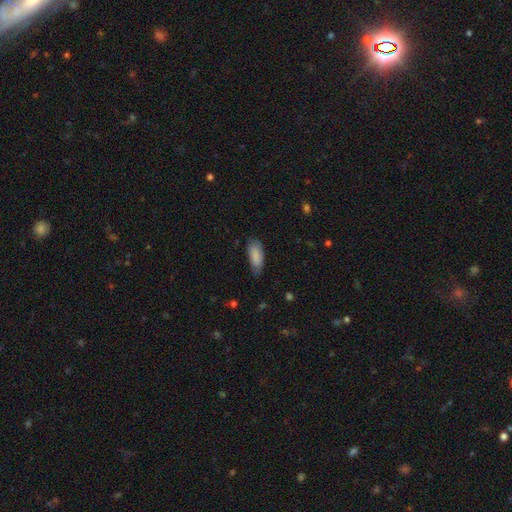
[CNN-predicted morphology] type=smooth (86%); roundness=in between (80%); merging=none (66%).